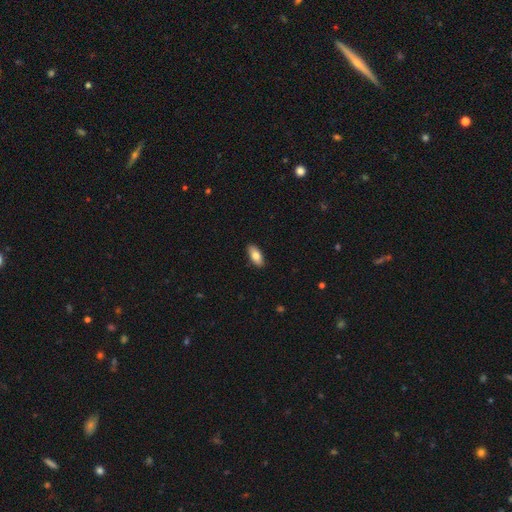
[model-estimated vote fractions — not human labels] A smooth galaxy with no disk features (80%) that is in between round and cigar-shaped (88%).

Vote fractions:
- Smooth or featured? smooth: 80% / featured or disk: 14% / star or artifact: 6%
- How rounded? in between: 88% / cigar-shaped: 9% / round: 2%
- Merging? none: 89% / minor disturbance: 8% / major disturbance: 2% / merger: 1%